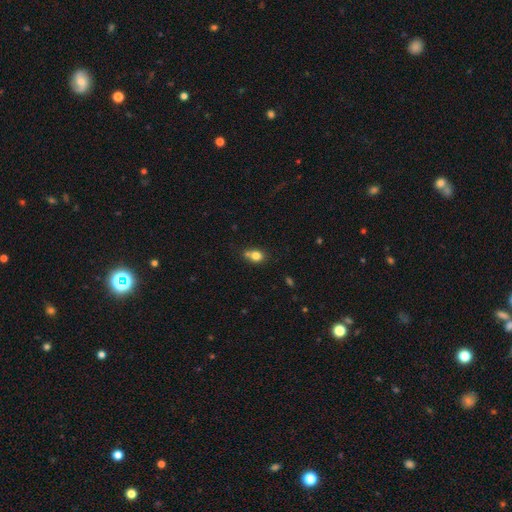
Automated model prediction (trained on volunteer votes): Smooth or featured?
  - smooth: 78% *
  - star or artifact: 11%
  - featured or disk: 10%
How rounded?
  - round: 52% *
  - in between: 47%
  - cigar-shaped: 1%
Merging?
  - none: 51% *
  - merger: 25%
  - minor disturbance: 18%
  - major disturbance: 6%